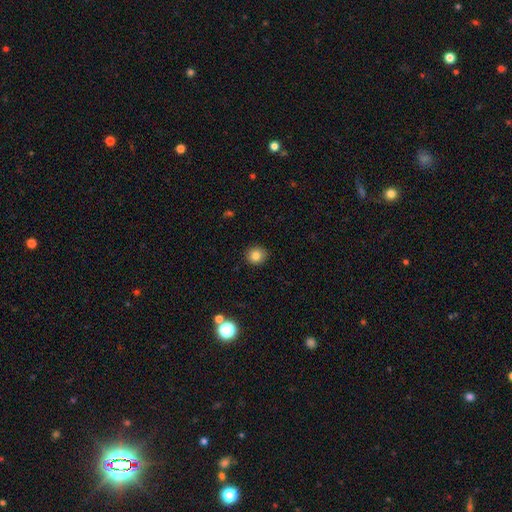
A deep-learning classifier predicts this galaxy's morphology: This appears to be a smooth galaxy with no disk features (82%) that is round (89%). Merging: none (90%).